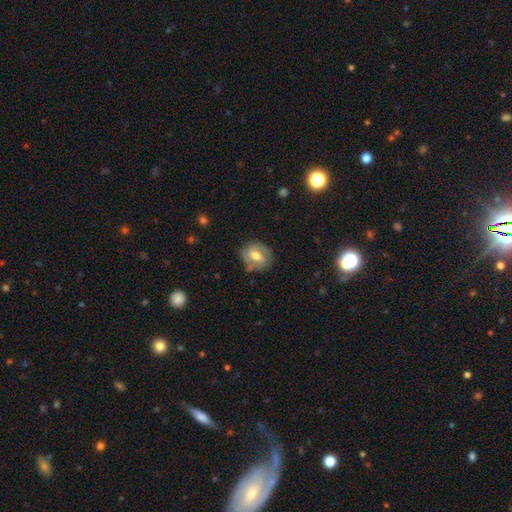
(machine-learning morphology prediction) smooth 51%, featured or disk 41%, star or artifact 8%. Down the decision tree: how rounded — round (55%); merging — none (71%).